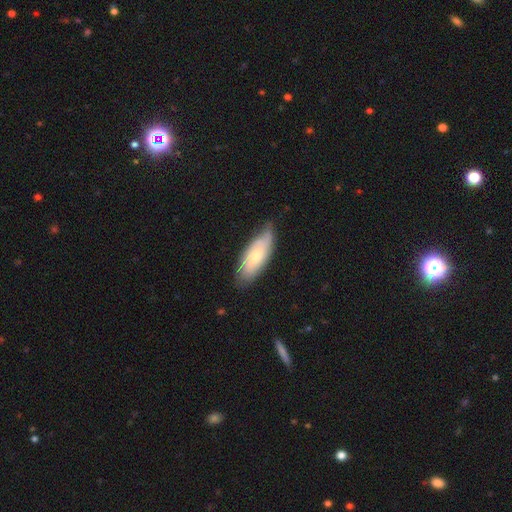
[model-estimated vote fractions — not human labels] featured or disk 48%, smooth 46%, star or artifact 6%. Down the decision tree: merging — none (66%).